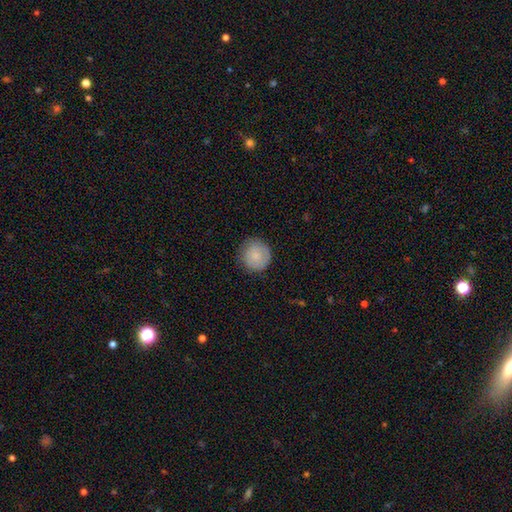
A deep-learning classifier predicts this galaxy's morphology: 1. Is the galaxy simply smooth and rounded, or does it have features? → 83% smooth, 10% featured or disk, 7% star or artifact.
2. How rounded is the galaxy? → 94% round, 5% in between, 1% cigar-shaped.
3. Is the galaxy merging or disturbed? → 83% none, 13% minor disturbance, 3% major disturbance, 1% merger.